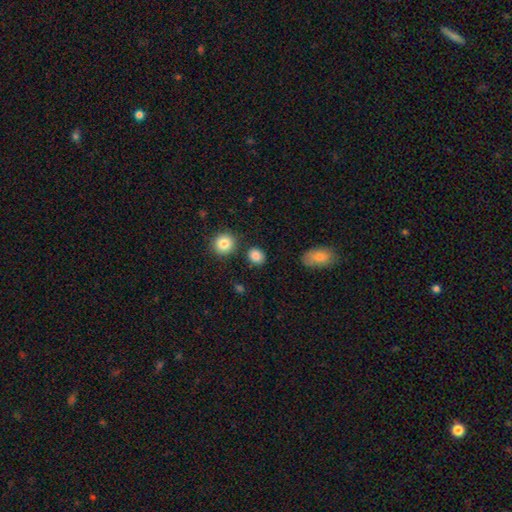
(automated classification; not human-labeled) This is clearly a smooth galaxy (86%). How rounded: likely round (61%). Merging: clearly none (84%).